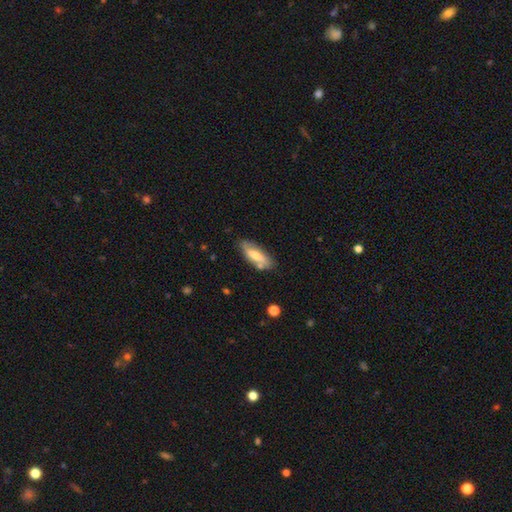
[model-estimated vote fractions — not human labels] A smooth galaxy with no disk features (57%) that is in between round and cigar-shaped (64%). Merging: none (69%).